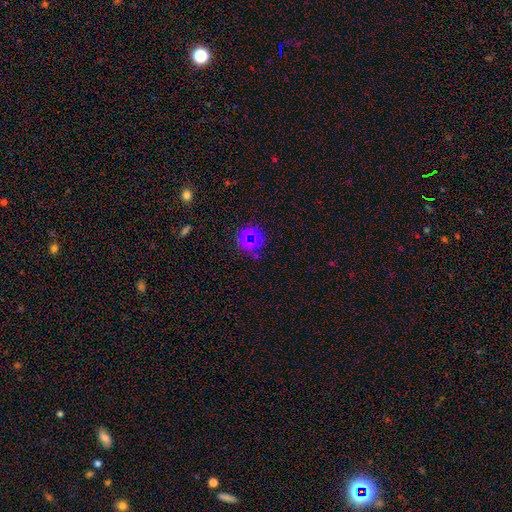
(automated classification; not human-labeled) A star or artifact, not a galaxy (58%).